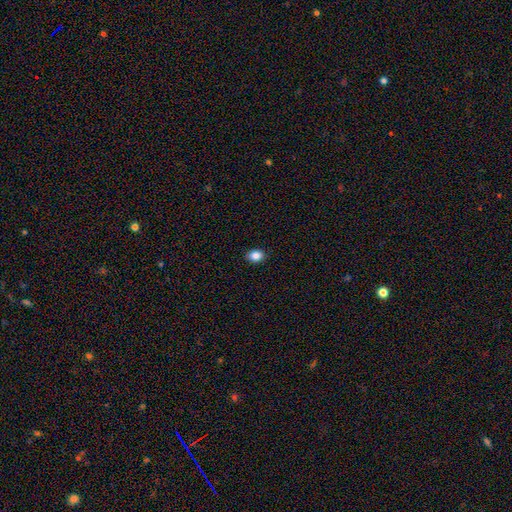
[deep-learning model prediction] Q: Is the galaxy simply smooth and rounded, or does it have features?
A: smooth — 86%.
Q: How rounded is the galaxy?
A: in between — 64%.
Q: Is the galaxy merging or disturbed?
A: none — 90%.